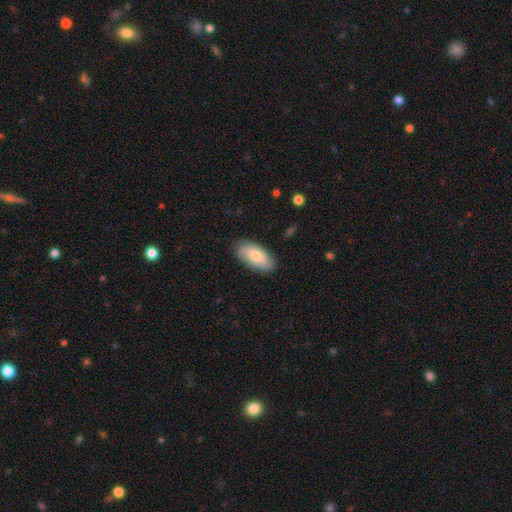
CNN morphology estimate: smooth-or-featured: smooth: 78% | featured or disk: 17% | star or artifact: 6%
  how-rounded: in between: 92% | cigar-shaped: 6% | round: 2%
  merging: none: 83% | minor disturbance: 14% | major disturbance: 3% | merger: 1%